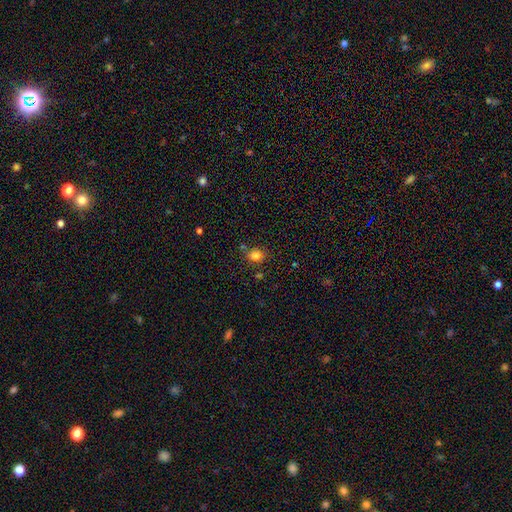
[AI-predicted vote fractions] Smooth or featured? Predicted: smooth (p=0.81). How rounded? Predicted: round (p=0.70). Merging? Predicted: none (p=0.74).